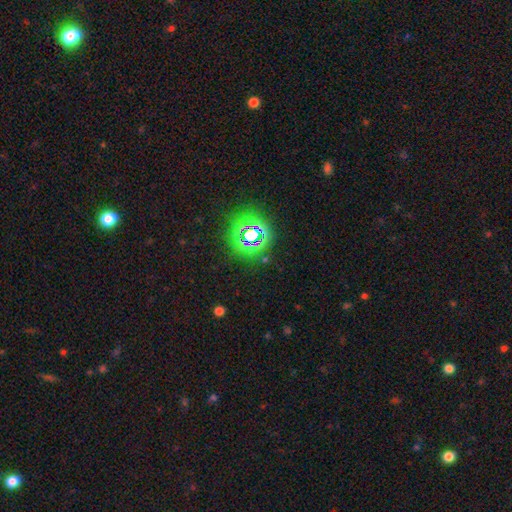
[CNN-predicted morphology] smooth_or_featured: star or artifact (p=0.77) [alt: smooth p=0.16]